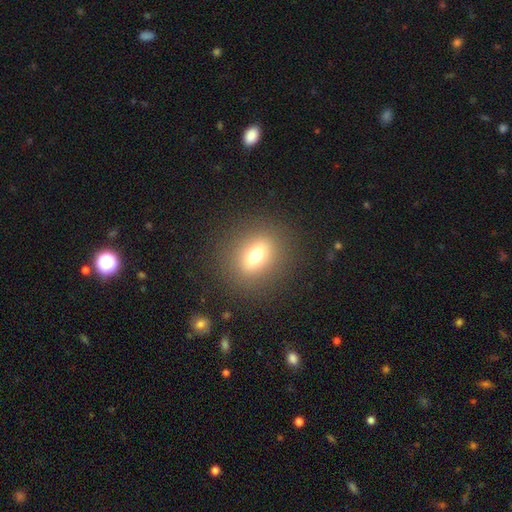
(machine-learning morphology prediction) Overall: smooth (68%). How rounded: round (50%; in between 47%). Merging: none (86%).